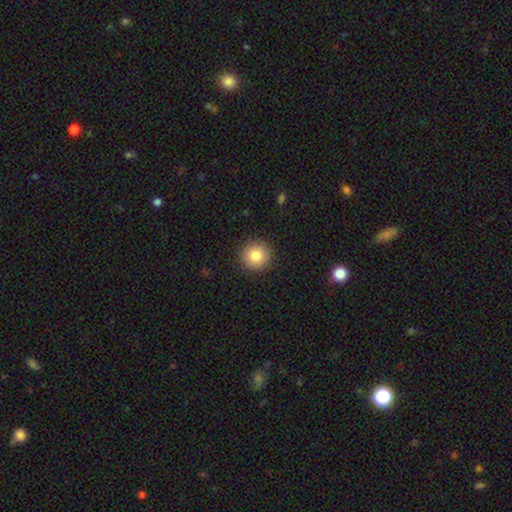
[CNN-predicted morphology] Smooth or featured? smooth (84%)
How rounded? round (95%)
Merging? none (92%)